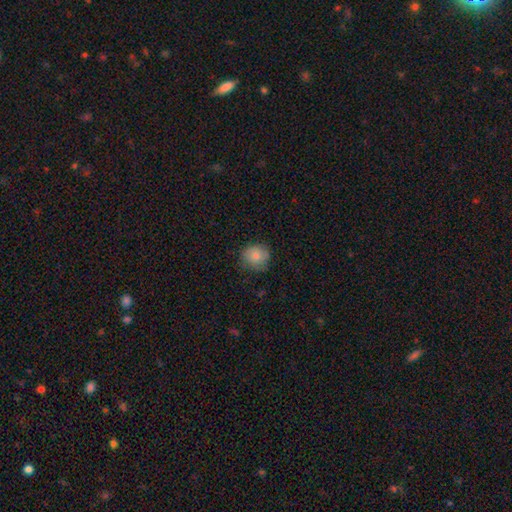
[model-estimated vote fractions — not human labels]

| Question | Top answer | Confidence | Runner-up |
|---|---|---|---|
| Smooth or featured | smooth | 83% | featured or disk (8%) |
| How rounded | round | 85% | in between (14%) |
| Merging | none | 76% | minor disturbance (19%) |